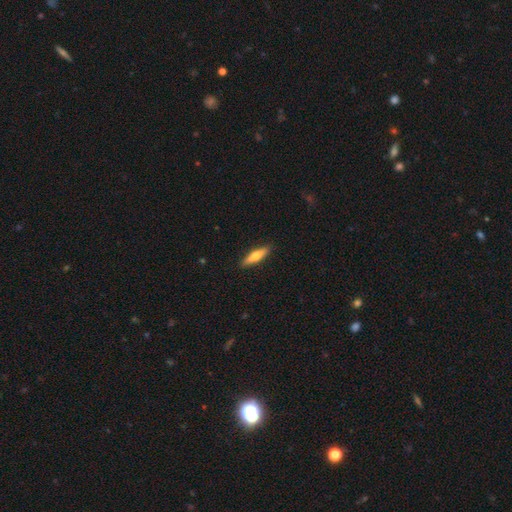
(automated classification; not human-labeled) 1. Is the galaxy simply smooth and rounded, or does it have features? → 61% smooth, 33% featured or disk, 5% star or artifact.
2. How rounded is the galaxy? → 76% cigar-shaped, 22% in between, 2% round.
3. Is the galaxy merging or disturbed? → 91% none, 7% minor disturbance, 2% major disturbance, 1% merger.